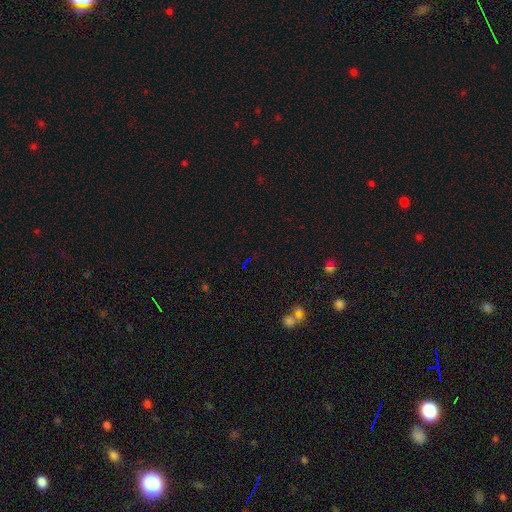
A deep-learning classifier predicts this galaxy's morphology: smooth-or-featured: star or artifact: 69% | smooth: 20% | featured or disk: 11%